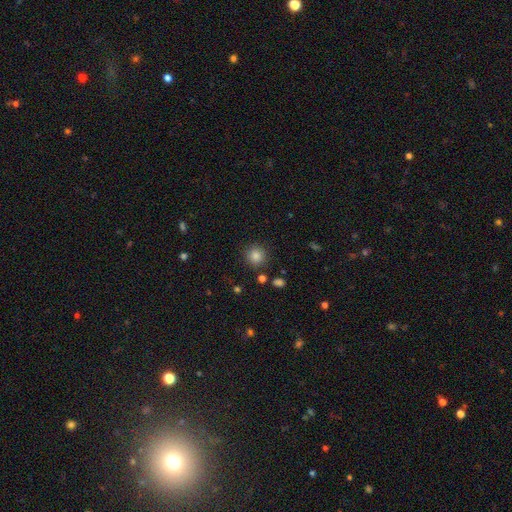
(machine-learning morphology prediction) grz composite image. It shows a smooth galaxy with no disk features (84%) that is round (92%). Merging: none (87%).